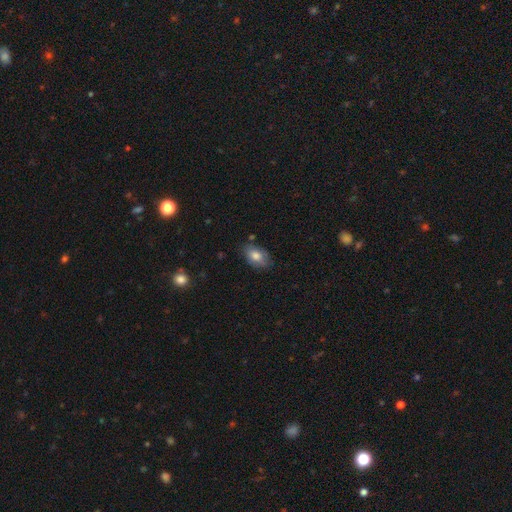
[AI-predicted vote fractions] A smooth galaxy with no disk features (77%) that is in between round and cigar-shaped (90%). Merging: none (73%).